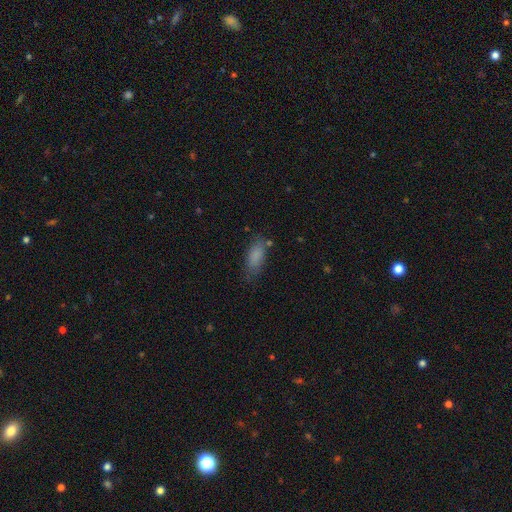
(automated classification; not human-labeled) This is clearly a smooth galaxy (83%). How rounded: likely in between (79%). Merging: likely none (68%).